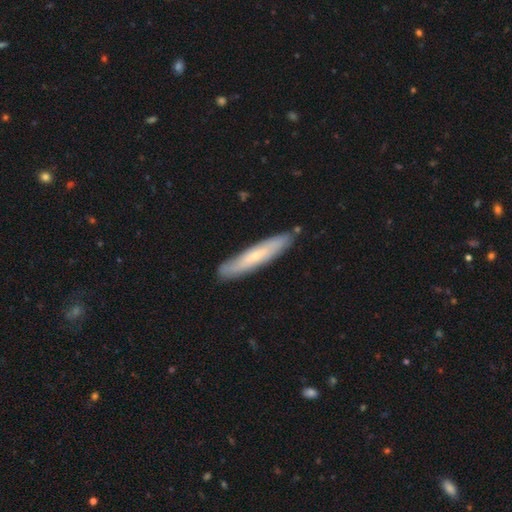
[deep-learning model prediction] Smooth or featured: smooth — 49% (featured or disk — 45%)
Merging: none — 85% (minor disturbance — 12%)